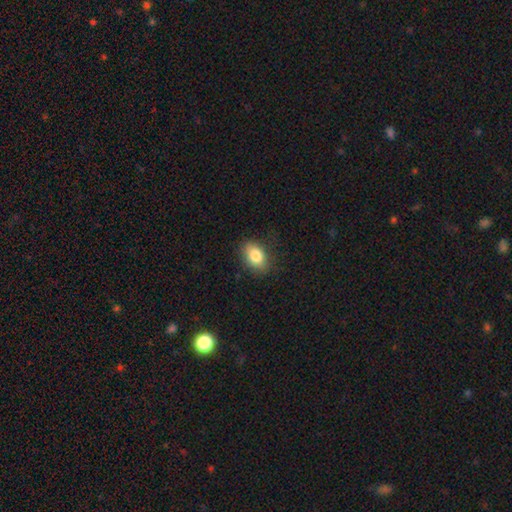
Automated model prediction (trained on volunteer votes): The model was most divided on "how rounded": in between: 83%, round: 15%, cigar-shaped: 2%. More confident: smooth or featured — smooth (83%); merging — none (82%).